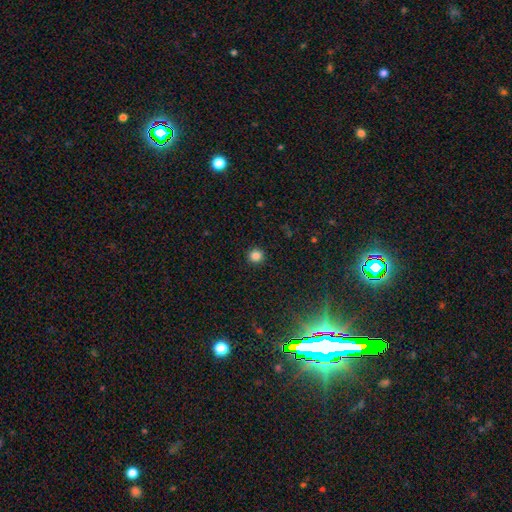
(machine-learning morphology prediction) Smooth or featured?
  - smooth: 84% *
  - star or artifact: 12%
  - featured or disk: 4%
How rounded?
  - round: 93% *
  - in between: 6%
  - cigar-shaped: 1%
Merging?
  - none: 93% *
  - minor disturbance: 5%
  - major disturbance: 2%
  - merger: 1%